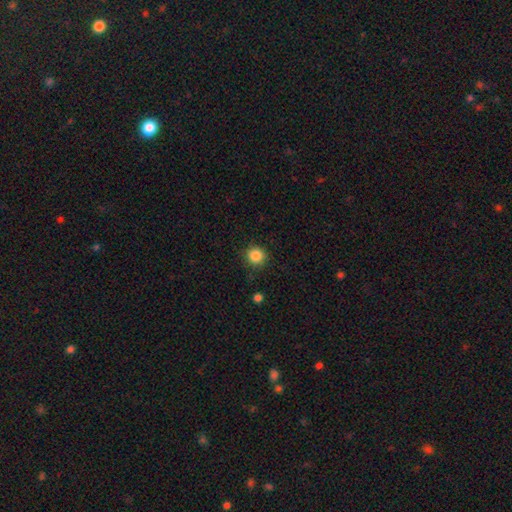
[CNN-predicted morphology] Smooth or featured? Predicted: smooth (p=0.86). How rounded? Predicted: round (p=0.94). Merging? Predicted: none (p=0.89).